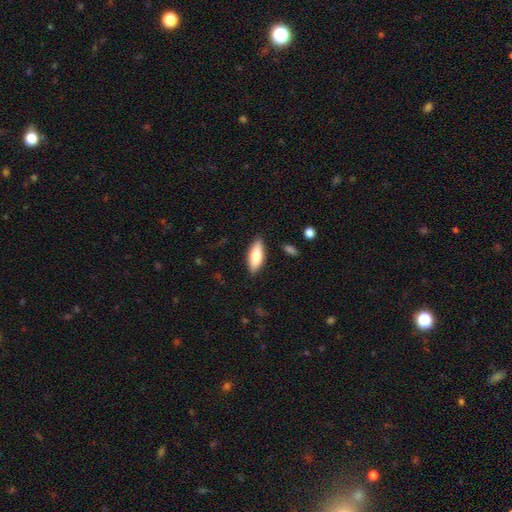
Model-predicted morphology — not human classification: This is likely a smooth galaxy (77%). How rounded: likely in between (70%). Merging: clearly none (86%).